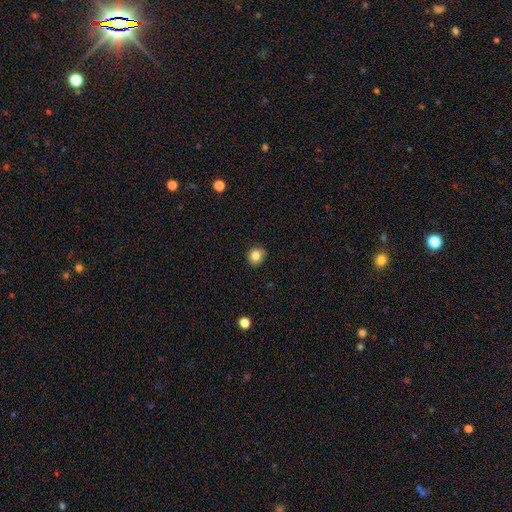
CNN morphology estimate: This appears to be a smooth galaxy with no disk features (82%) that is round (85%). Merging: none (89%).